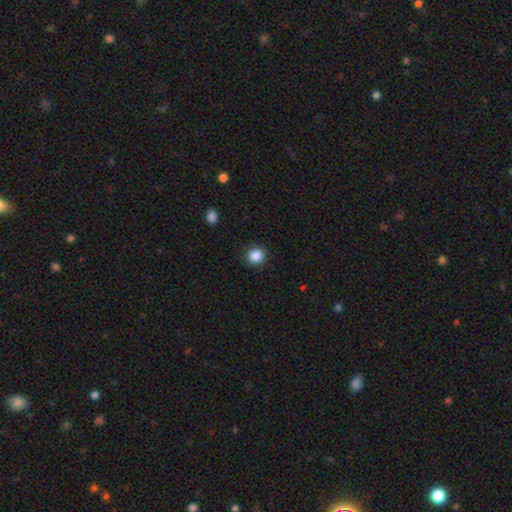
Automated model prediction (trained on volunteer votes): smooth_or_featured: smooth (p=0.87) [alt: star or artifact p=0.10]
how_rounded: round (p=0.91) [alt: in between p=0.08]
merging: none (p=0.91) [alt: minor disturbance p=0.06]